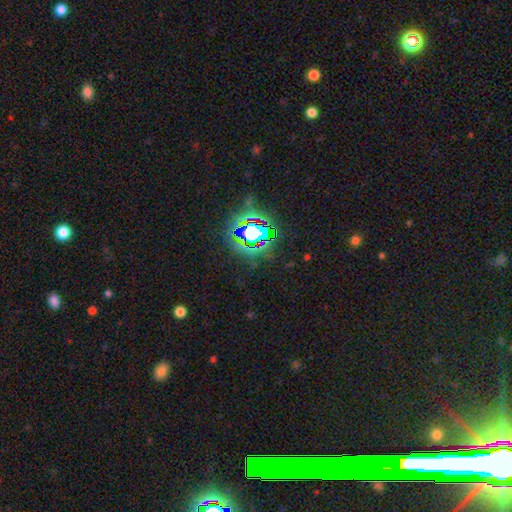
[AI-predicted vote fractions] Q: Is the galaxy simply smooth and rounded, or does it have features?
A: star or artifact — 79%.